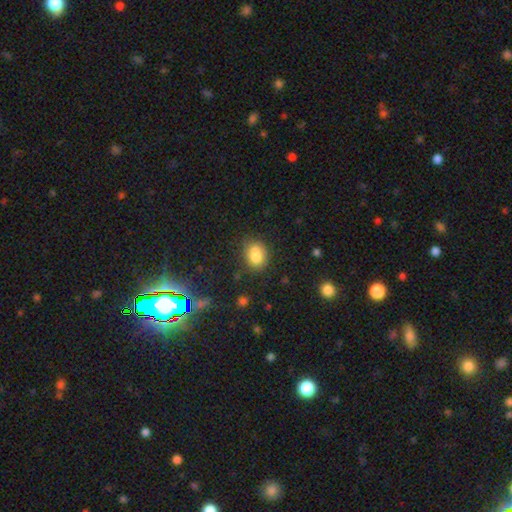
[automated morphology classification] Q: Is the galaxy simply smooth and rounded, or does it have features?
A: smooth — 78%.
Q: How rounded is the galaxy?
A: in between — 55%.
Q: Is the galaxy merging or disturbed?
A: none — 58%.